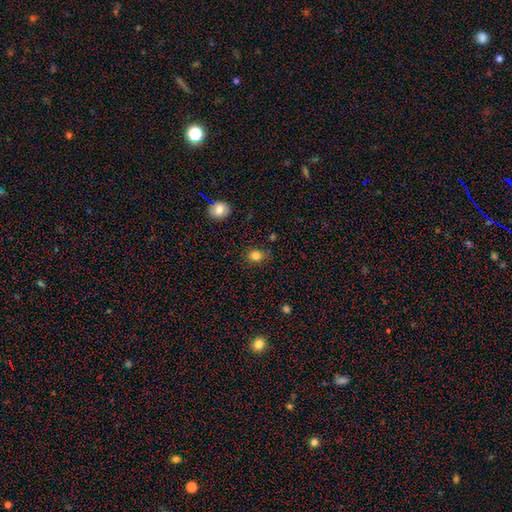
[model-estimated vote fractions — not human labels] The model was most divided on "how rounded": round: 63%, in between: 36%, cigar-shaped: 1%. More confident: smooth or featured — smooth (82%); merging — none (79%).